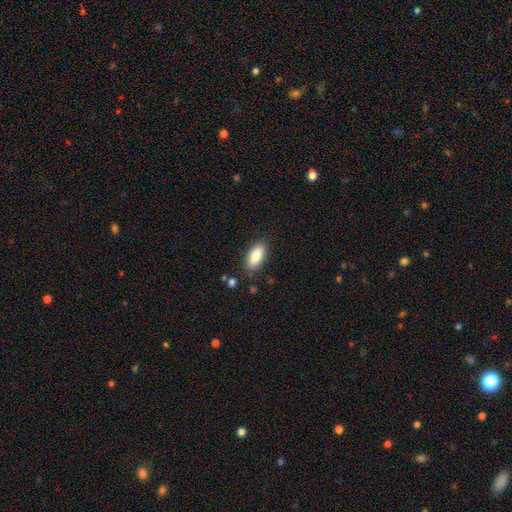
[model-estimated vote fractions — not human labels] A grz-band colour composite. It shows a smooth galaxy with no disk features (85%) that is in between round and cigar-shaped (89%). Merging: none (85%).